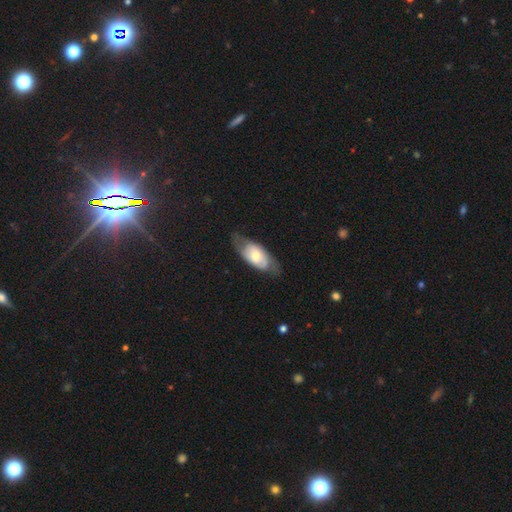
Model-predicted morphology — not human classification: A featured or disk galaxy (49%).

Vote fractions:
- Smooth or featured? featured or disk: 49% / smooth: 46% / star or artifact: 6%
- Merging? none: 66% / minor disturbance: 23% / major disturbance: 10% / merger: 1%